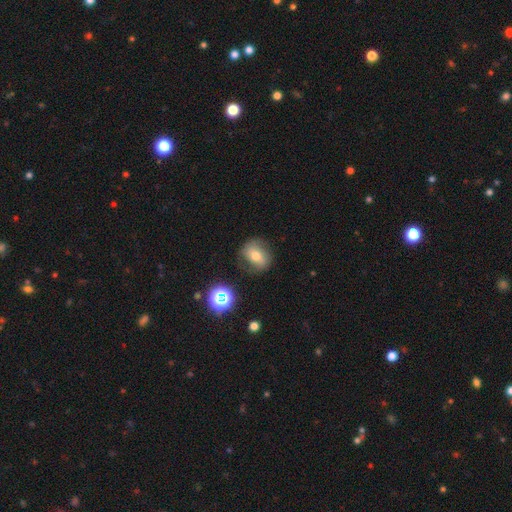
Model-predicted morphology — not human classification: The model was most divided on "smooth or featured": smooth: 52%, featured or disk: 34%, star or artifact: 14%. More confident: merging — none (73%); how rounded — round (64%).